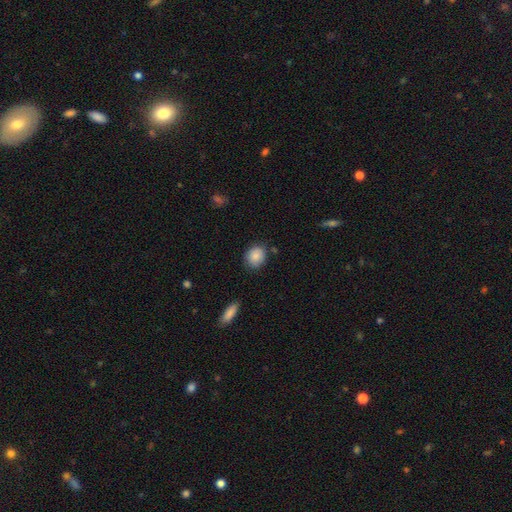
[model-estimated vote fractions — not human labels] A smooth galaxy with no disk features (87%) that is round (67%).

Vote fractions:
- Smooth or featured? smooth: 87% / star or artifact: 7% / featured or disk: 6%
- How rounded? round: 67% / in between: 32% / cigar-shaped: 1%
- Merging? none: 80% / minor disturbance: 15% / major disturbance: 3% / merger: 2%